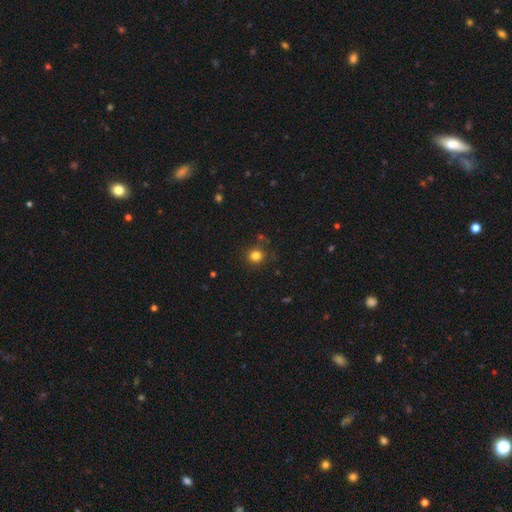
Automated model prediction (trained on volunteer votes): This is clearly a smooth galaxy (81%). How rounded: clearly round (90%). Merging: clearly none (84%).